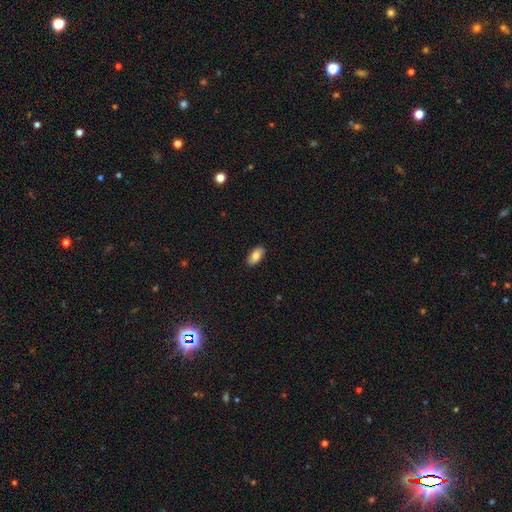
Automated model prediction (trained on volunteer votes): Q: Smooth or featured?
A: smooth (80%); runner-up: featured or disk (14%)
Q: How rounded?
A: in between (91%); runner-up: cigar-shaped (6%)
Q: Merging?
A: none (88%); runner-up: minor disturbance (9%)